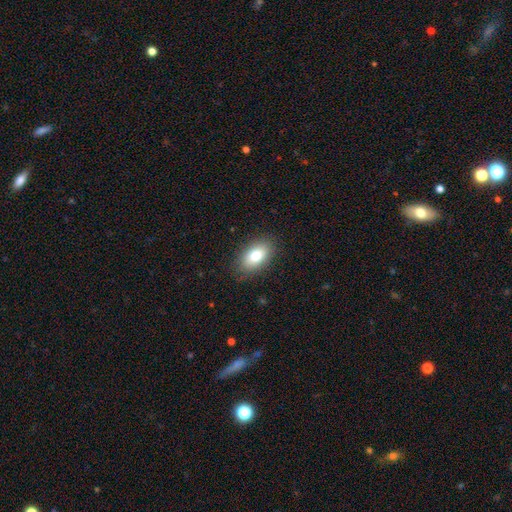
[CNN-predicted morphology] type=smooth (82%); roundness=in between (91%); merging=none (85%).